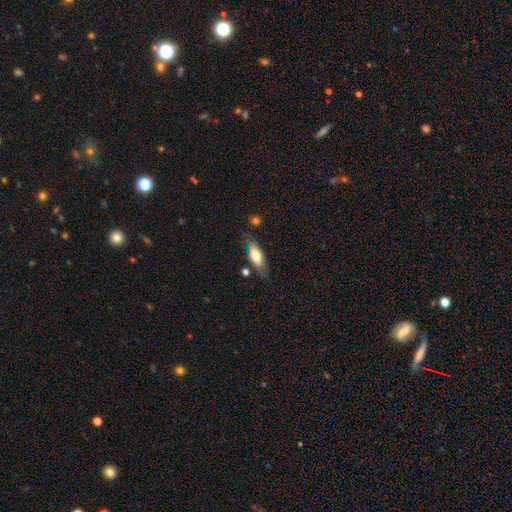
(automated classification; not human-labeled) Smooth or featured? Predicted: smooth (p=0.64). How rounded? Predicted: in between (p=0.60). Merging? Predicted: none (p=0.72).